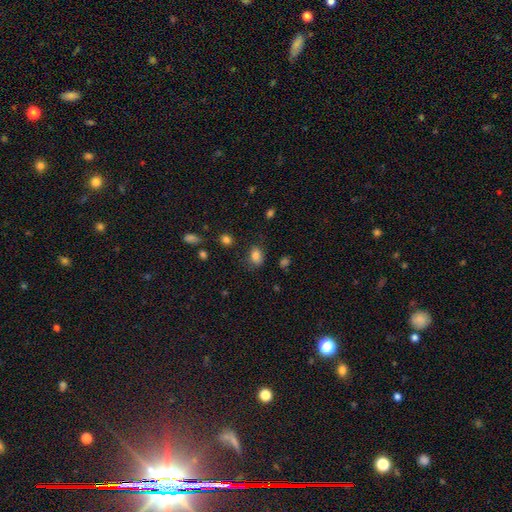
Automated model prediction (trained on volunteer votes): Smooth or featured? smooth (83%)
How rounded? in between (75%)
Merging? none (72%)